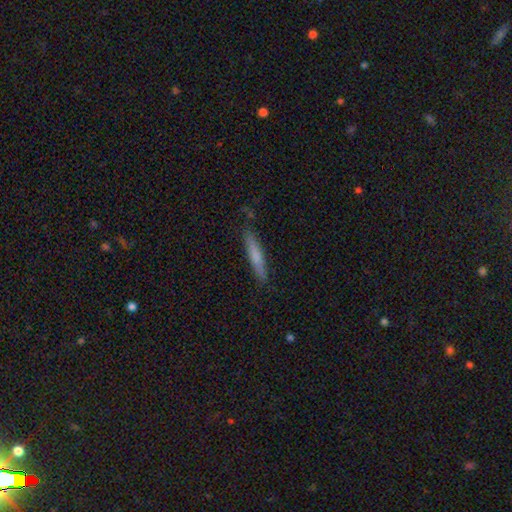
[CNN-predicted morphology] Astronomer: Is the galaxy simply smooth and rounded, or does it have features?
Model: smooth — 67%.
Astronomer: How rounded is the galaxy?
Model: cigar-shaped — 93%.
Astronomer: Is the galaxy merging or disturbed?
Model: none — 86%.